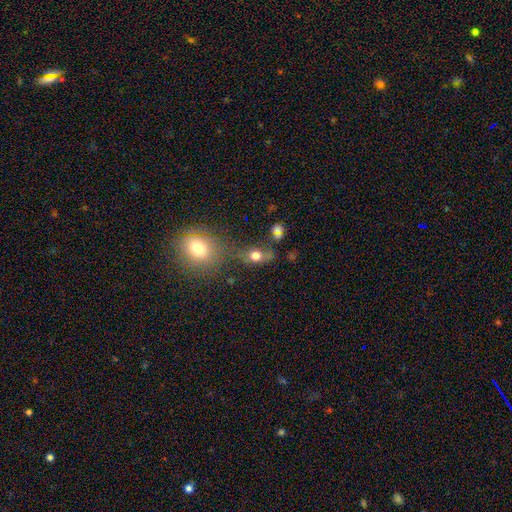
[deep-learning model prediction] smooth_or_featured: smooth (p=0.73) [alt: star or artifact p=0.15]
how_rounded: round (p=0.50) [alt: in between p=0.46]
merging: none (p=0.46) [alt: merger p=0.30]